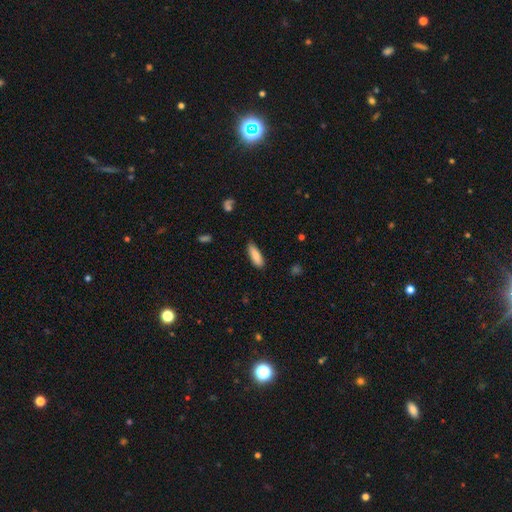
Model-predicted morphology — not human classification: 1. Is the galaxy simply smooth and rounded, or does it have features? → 86% smooth, 8% featured or disk, 6% star or artifact.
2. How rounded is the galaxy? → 49% in between (tied), 49% cigar-shaped (tied), 2% round.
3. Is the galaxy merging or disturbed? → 84% none, 13% minor disturbance, 2% major disturbance, 1% merger.